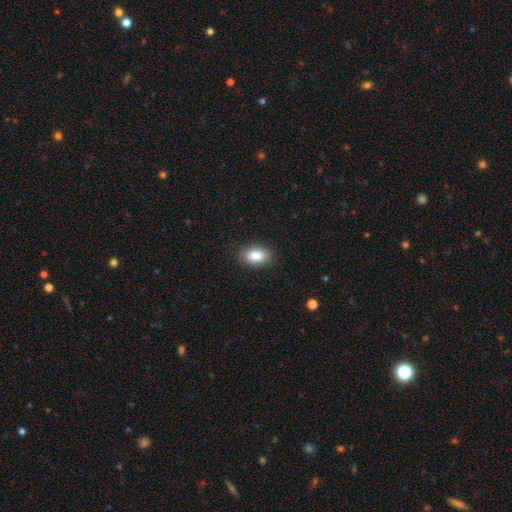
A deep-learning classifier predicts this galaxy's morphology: This appears to be a smooth galaxy with no disk features (84%) that is in between round and cigar-shaped (89%). Merging: none (88%).